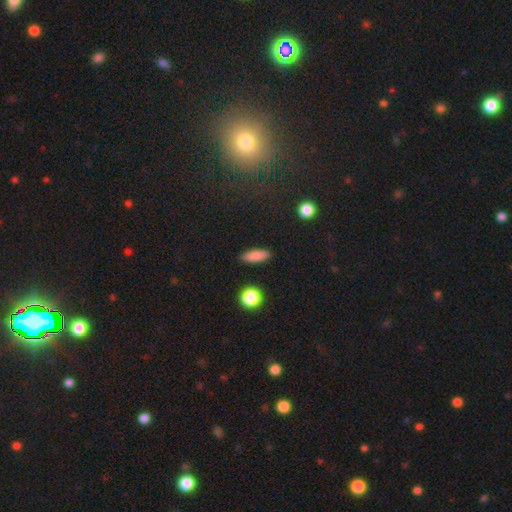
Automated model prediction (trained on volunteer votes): Smooth or featured? Predicted: smooth (p=0.86). How rounded? Predicted: in between (p=0.53). Merging? Predicted: none (p=0.89).